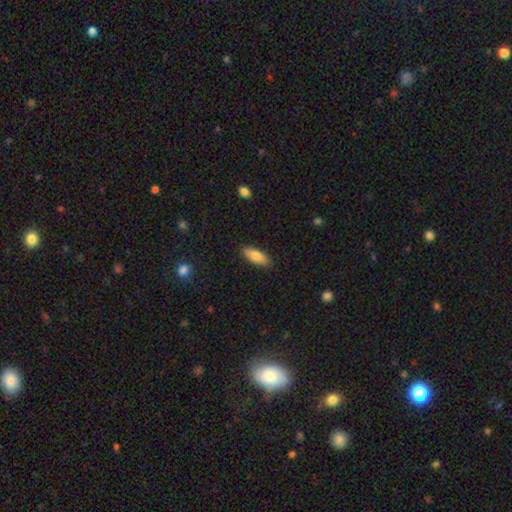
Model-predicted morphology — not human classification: This is clearly a smooth galaxy (86%). How rounded: likely in between (75%). Merging: clearly none (88%).